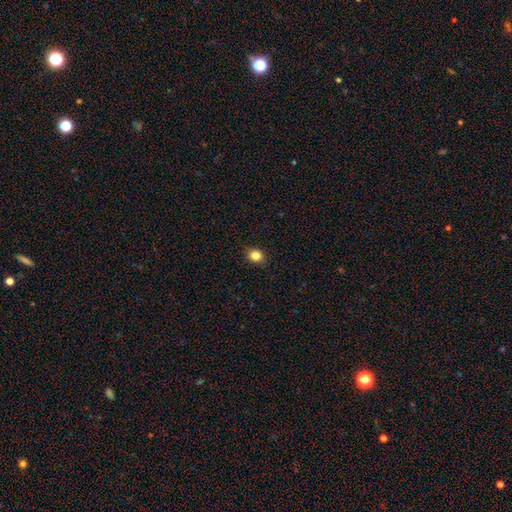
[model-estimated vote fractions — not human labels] Smooth or featured?
  - smooth: 83% *
  - star or artifact: 11%
  - featured or disk: 5%
How rounded?
  - round: 69% *
  - in between: 30%
  - cigar-shaped: 1%
Merging?
  - none: 90% *
  - minor disturbance: 8%
  - major disturbance: 2%
  - merger: 1%